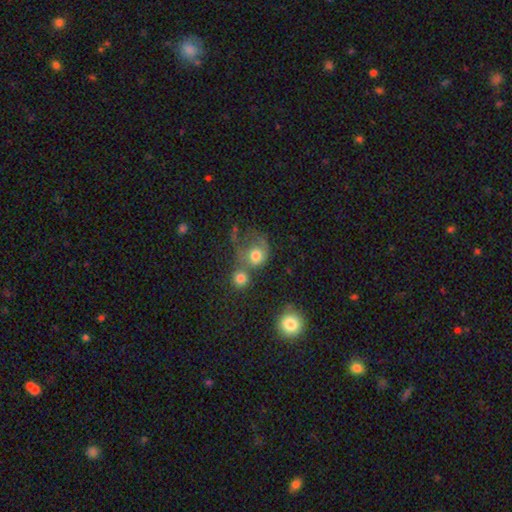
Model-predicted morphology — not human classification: smooth-or-featured: smooth: 66% | featured or disk: 23% | star or artifact: 11%
  how-rounded: round: 71% | in between: 28% | cigar-shaped: 1%
  merging: merger: 40% | none: 25% | major disturbance: 21% | minor disturbance: 14%